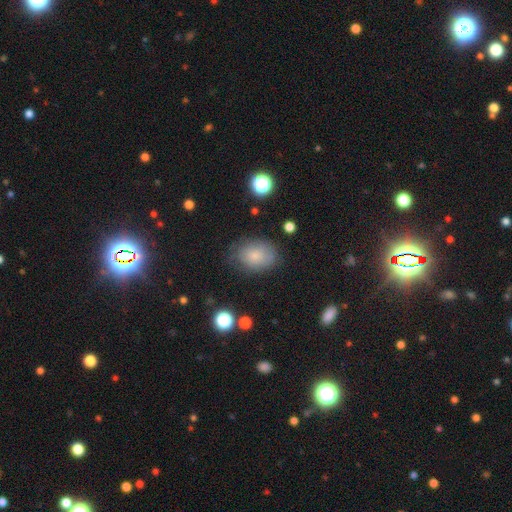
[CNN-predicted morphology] smooth-or-featured: smooth: 74% | featured or disk: 16% | star or artifact: 10%
  how-rounded: in between: 73% | round: 26% | cigar-shaped: 1%
  merging: none: 69% | minor disturbance: 22% | major disturbance: 7% | merger: 2%